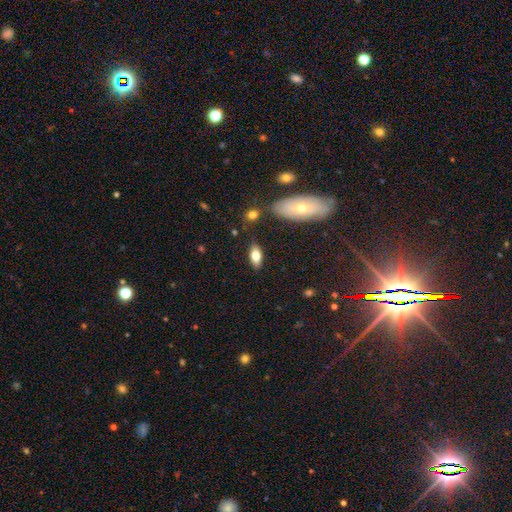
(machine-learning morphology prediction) This appears to be a smooth galaxy with no disk features (69%) that is in between round and cigar-shaped (82%). Merging: none (82%).